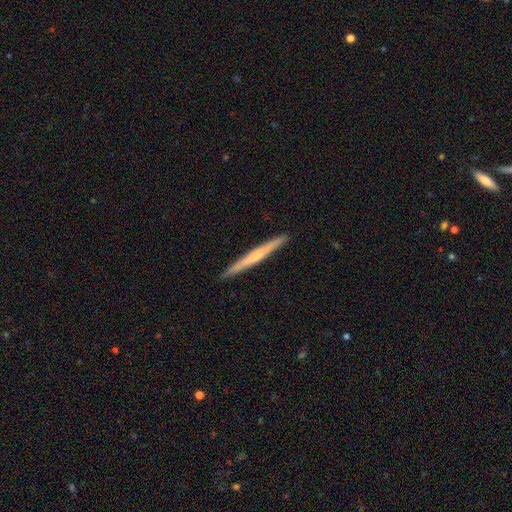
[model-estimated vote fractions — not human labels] A featured or disk galaxy (53%) viewed edge-on (98%) with no central bulge (60%).

Vote fractions:
- Smooth or featured? featured or disk: 53% / smooth: 42% / star or artifact: 5%
- Edge-on disk? yes: 98% / no: 2%
- Edge-on bulge? none: 60% / rounded: 31% / boxy: 9%
- Merging? none: 92% / minor disturbance: 6% / major disturbance: 1% / merger: 1%